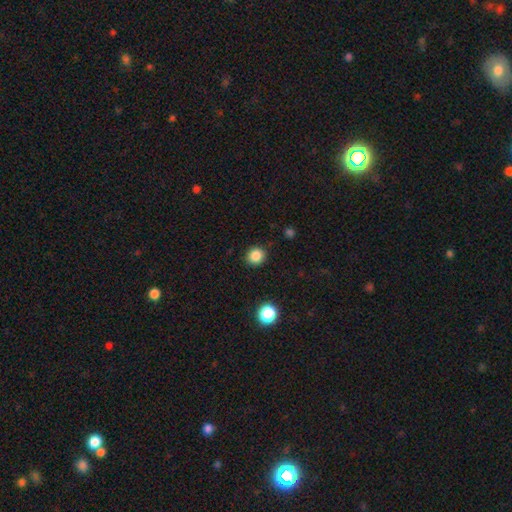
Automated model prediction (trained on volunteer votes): The model was most divided on "smooth or featured": smooth: 85%, star or artifact: 11%, featured or disk: 4%. More confident: merging — none (89%); how rounded — round (88%).